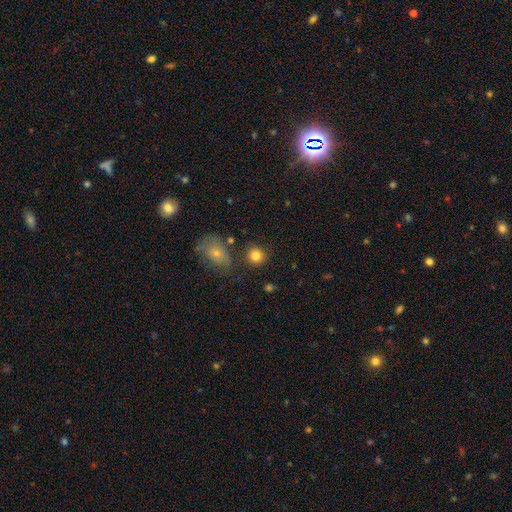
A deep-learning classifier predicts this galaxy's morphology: A smooth galaxy with no disk features (83%) that is round (86%). Merging: none (80%).